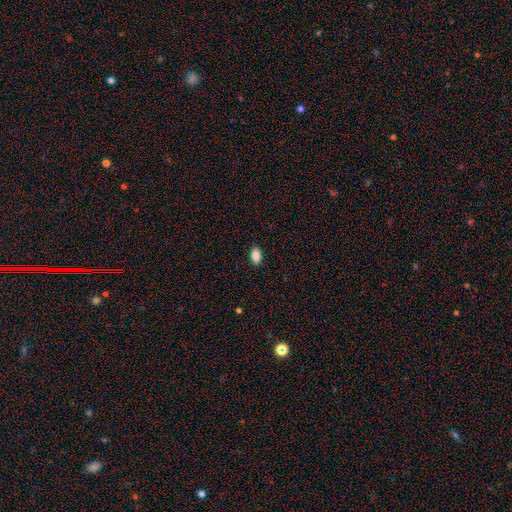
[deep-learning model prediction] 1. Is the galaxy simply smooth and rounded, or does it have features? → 87% smooth, 8% star or artifact, 5% featured or disk.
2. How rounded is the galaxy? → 90% in between, 7% round, 3% cigar-shaped.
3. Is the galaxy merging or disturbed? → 89% none, 8% minor disturbance, 2% major disturbance, 1% merger.